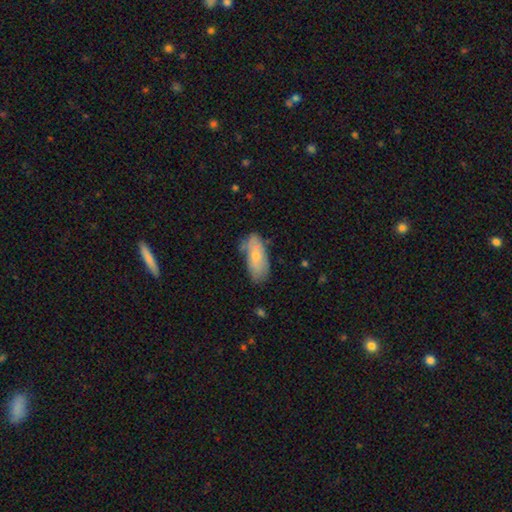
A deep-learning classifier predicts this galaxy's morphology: A smooth galaxy with no disk features (61%) that is in between round and cigar-shaped (85%). Merging: none (59%).